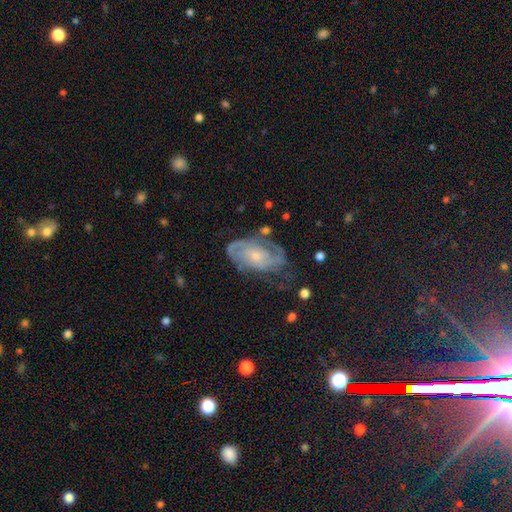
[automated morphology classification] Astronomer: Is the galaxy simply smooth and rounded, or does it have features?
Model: featured or disk — 79%.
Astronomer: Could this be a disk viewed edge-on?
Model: no — 96%.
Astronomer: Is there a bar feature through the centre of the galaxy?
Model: no — 71%.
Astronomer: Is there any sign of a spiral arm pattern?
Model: yes — 90%.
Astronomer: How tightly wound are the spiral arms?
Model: tight — 52% (runner-up: medium, 36%).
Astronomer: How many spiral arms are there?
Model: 2 — 47% (runner-up: can't tell, 30%).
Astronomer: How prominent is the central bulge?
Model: small — 64%.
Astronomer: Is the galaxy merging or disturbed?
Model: none — 59%.